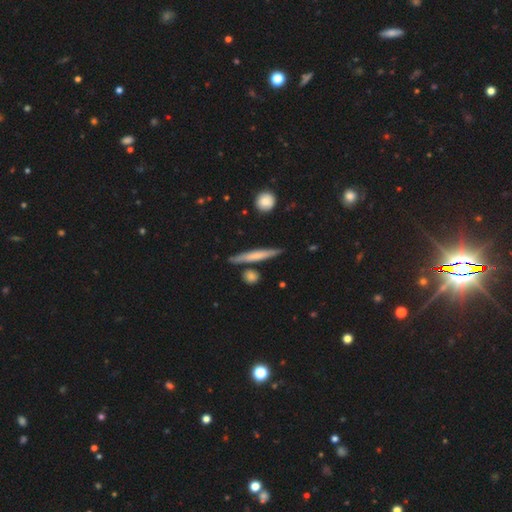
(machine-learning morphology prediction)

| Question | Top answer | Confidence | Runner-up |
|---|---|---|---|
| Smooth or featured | smooth | 55% | featured or disk (39%) |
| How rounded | cigar-shaped | 93% | in between (5%) |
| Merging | none | 83% | minor disturbance (10%) |